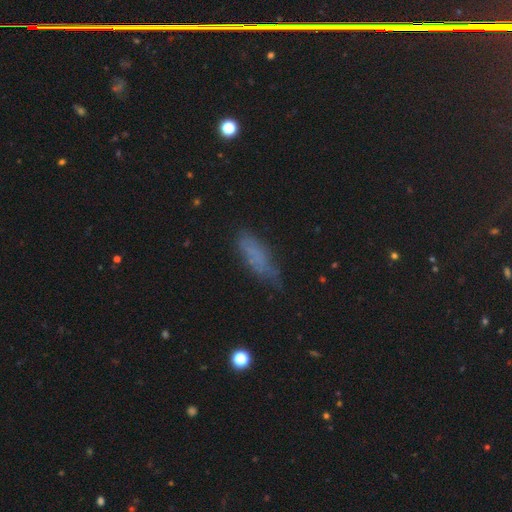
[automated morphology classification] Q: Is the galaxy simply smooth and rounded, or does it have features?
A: smooth — 66%.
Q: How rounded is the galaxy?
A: in between — 51%.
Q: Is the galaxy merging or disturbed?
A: none — 59%.